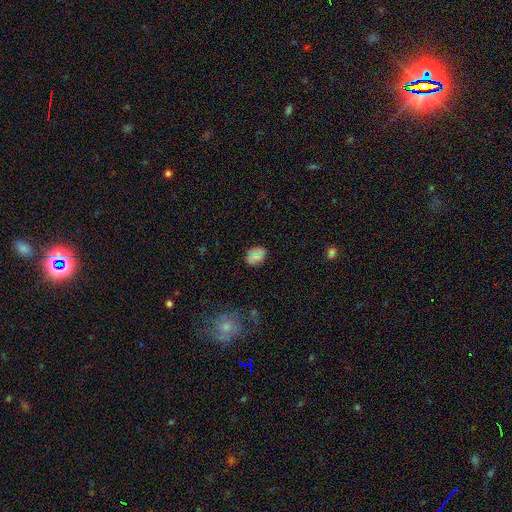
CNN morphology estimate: Smooth or featured? smooth (68%)
How rounded? in between (63%)
Merging? none (83%)